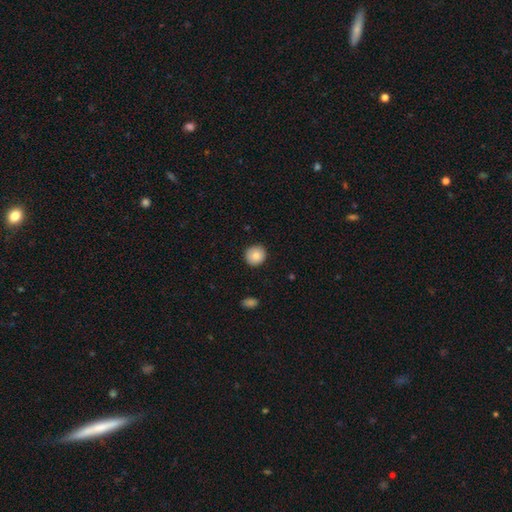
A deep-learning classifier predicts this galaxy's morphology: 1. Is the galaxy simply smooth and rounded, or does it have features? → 85% smooth, 8% star or artifact, 7% featured or disk.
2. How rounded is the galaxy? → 92% round, 7% in between, 1% cigar-shaped.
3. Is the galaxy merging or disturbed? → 90% none, 7% minor disturbance, 2% major disturbance, 1% merger.